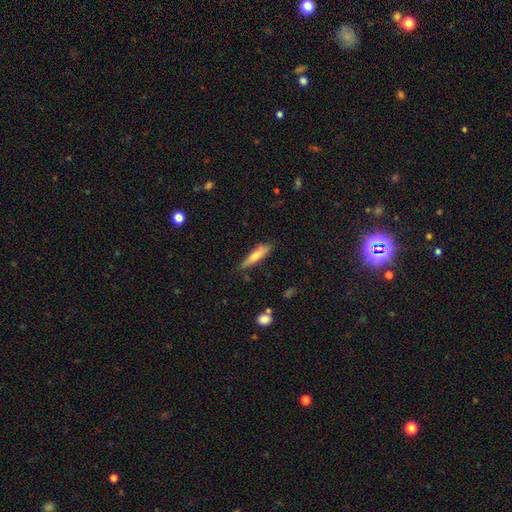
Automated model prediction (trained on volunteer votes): Smooth or featured? Predicted: smooth (p=0.61). How rounded? Predicted: cigar-shaped (p=0.80). Merging? Predicted: none (p=0.79).